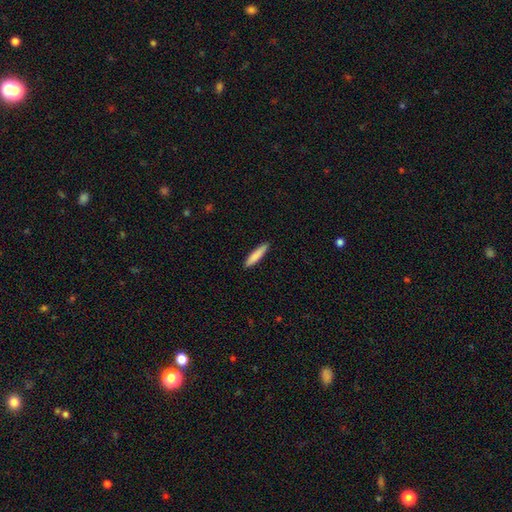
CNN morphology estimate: Smooth or featured? smooth (84%)
How rounded? cigar-shaped (87%)
Merging? none (90%)